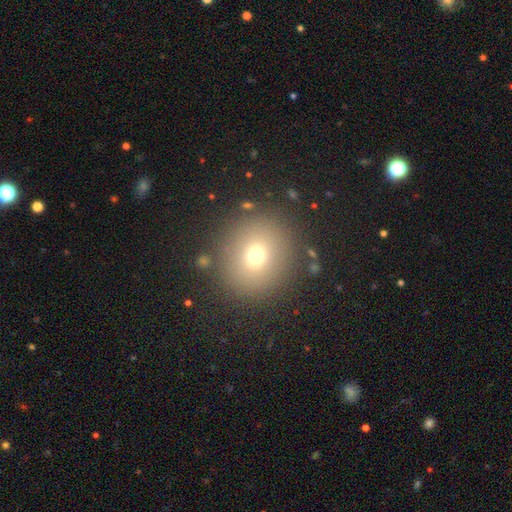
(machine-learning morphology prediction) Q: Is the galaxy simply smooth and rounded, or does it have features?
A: smooth — 70%.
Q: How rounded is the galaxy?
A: round — 84%.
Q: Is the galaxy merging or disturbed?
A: none — 87%.